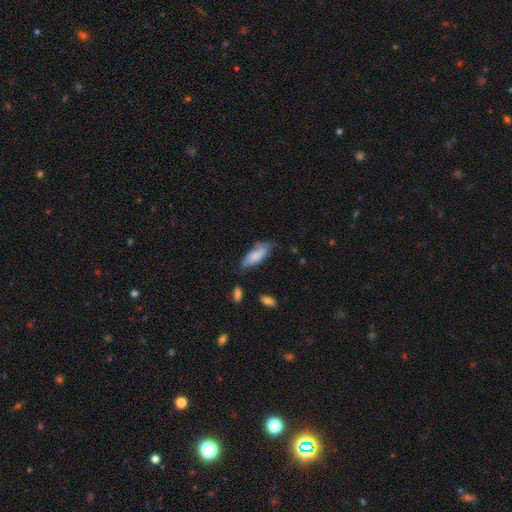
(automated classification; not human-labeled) A smooth galaxy with no disk features (77%) that is in between round and cigar-shaped (71%). Merging: none (53%).